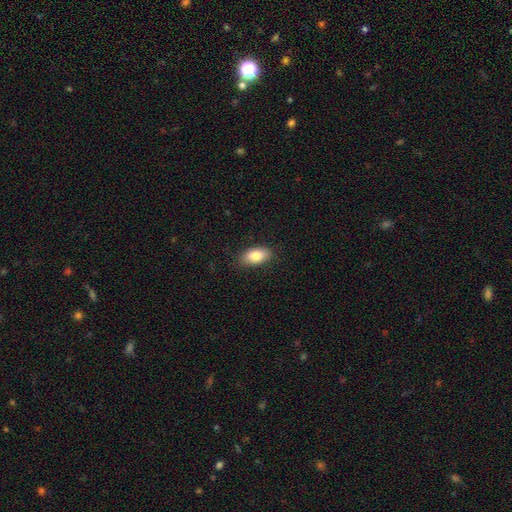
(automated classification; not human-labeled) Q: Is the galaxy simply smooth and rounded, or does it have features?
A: smooth — 81%.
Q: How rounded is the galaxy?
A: in between — 90%.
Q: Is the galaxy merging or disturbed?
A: none — 86%.